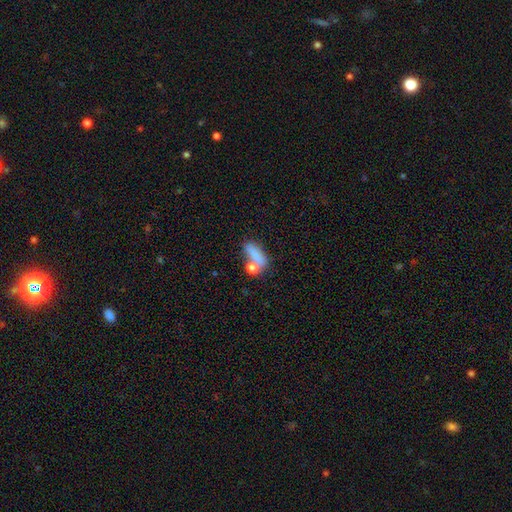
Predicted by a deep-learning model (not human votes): Smooth or featured?
  - smooth: 76% *
  - featured or disk: 14%
  - star or artifact: 10%
How rounded?
  - in between: 60% *
  - cigar-shaped: 29%
  - round: 11%
Merging?
  - none: 38% *
  - merger: 36%
  - minor disturbance: 14%
  - major disturbance: 12%